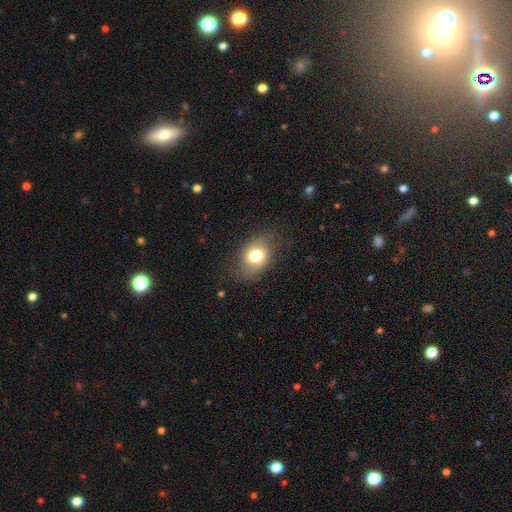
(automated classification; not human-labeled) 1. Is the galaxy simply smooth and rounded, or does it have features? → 74% smooth, 16% featured or disk, 10% star or artifact.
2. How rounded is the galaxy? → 64% in between, 34% round, 1% cigar-shaped.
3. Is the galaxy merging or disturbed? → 75% none, 17% minor disturbance, 6% major disturbance, 1% merger.